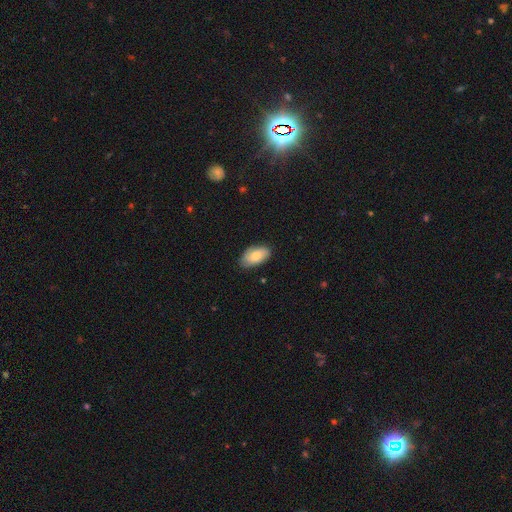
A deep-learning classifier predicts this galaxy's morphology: smooth_or_featured: smooth (p=0.72) [alt: featured or disk p=0.22]
how_rounded: in between (p=0.94) [alt: round p=0.04]
merging: none (p=0.79) [alt: minor disturbance p=0.17]